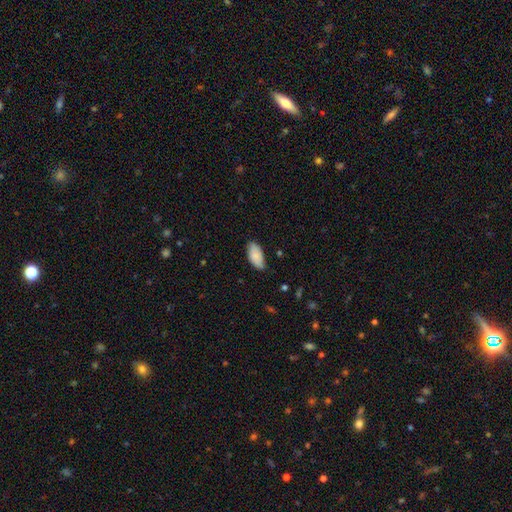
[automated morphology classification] Smooth or featured?
  - smooth: 84% *
  - featured or disk: 10%
  - star or artifact: 6%
How rounded?
  - in between: 93% *
  - cigar-shaped: 5%
  - round: 2%
Merging?
  - none: 74% *
  - minor disturbance: 22%
  - major disturbance: 3%
  - merger: 1%